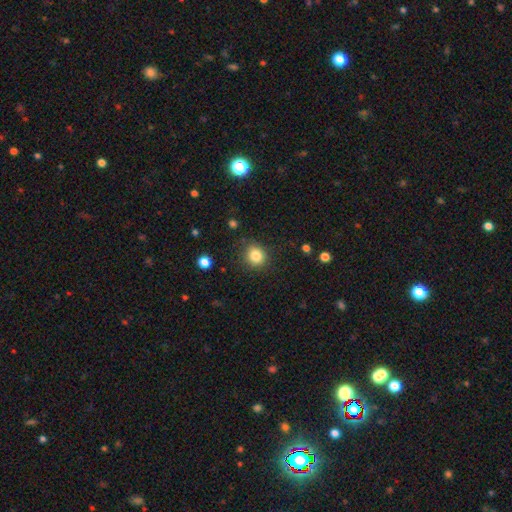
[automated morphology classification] type=smooth (84%); roundness=round (83%); merging=none (84%).